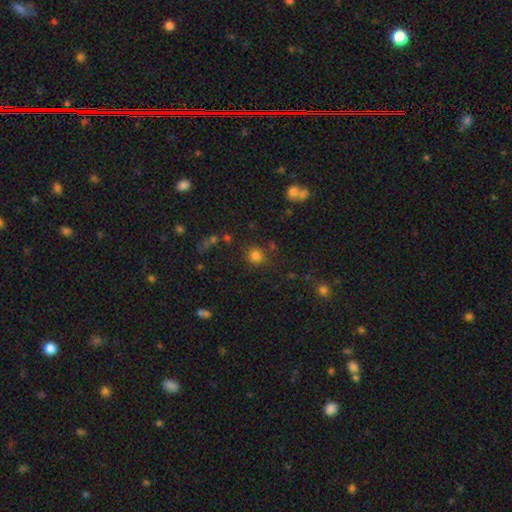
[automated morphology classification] Overall: smooth (79%). How rounded: round (88%). Merging: none (81%).